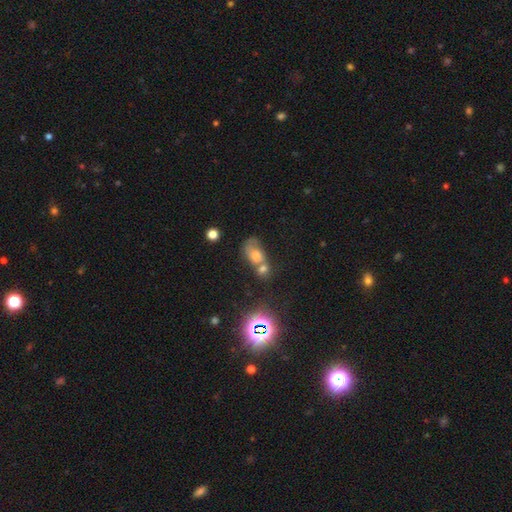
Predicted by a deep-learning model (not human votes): Morphology: type=smooth (60%); roundness=in between (70%); merging=merger (57%).